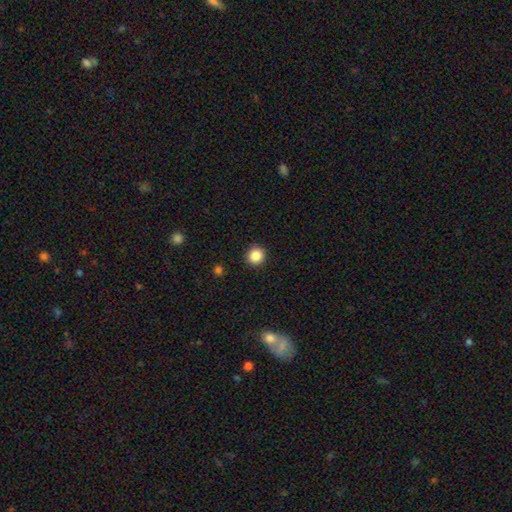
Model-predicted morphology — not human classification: A smooth galaxy with no disk features (86%) that is round (93%).

Vote fractions:
- Smooth or featured? smooth: 86% / star or artifact: 10% / featured or disk: 4%
- How rounded? round: 93% / in between: 6% / cigar-shaped: 1%
- Merging? none: 91% / minor disturbance: 6% / major disturbance: 2% / merger: 1%